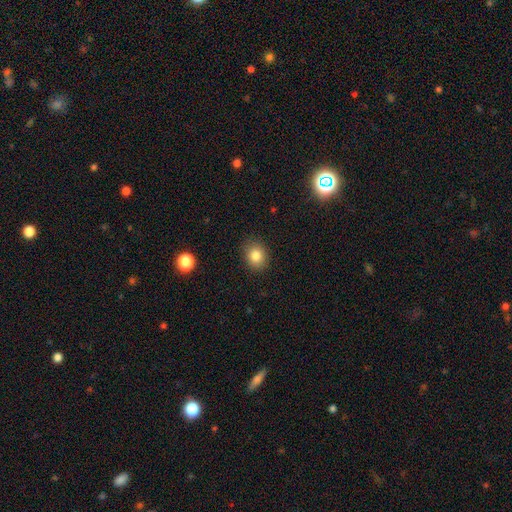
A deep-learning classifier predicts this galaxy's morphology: This is clearly a smooth galaxy (83%). How rounded: possibly round (59%). Merging: clearly none (87%).